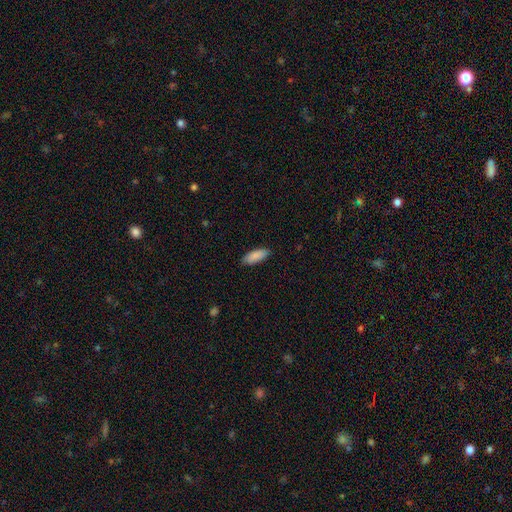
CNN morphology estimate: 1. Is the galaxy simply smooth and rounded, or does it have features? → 89% smooth, 6% star or artifact, 5% featured or disk.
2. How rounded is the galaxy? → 76% in between, 23% cigar-shaped, 2% round.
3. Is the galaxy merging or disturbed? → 87% none, 11% minor disturbance, 2% major disturbance, 1% merger.